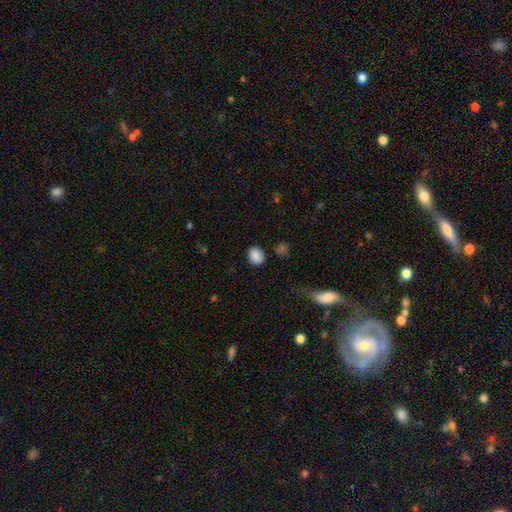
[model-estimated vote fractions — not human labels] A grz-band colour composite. It shows a smooth galaxy with no disk features (86%) that is round (50%). Merging: none (84%).